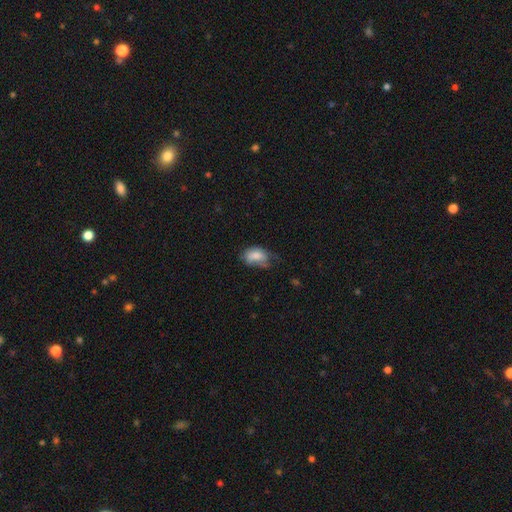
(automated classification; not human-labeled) Morphology: type=smooth (75%); roundness=in between (86%); merging=minor disturbance (38%).